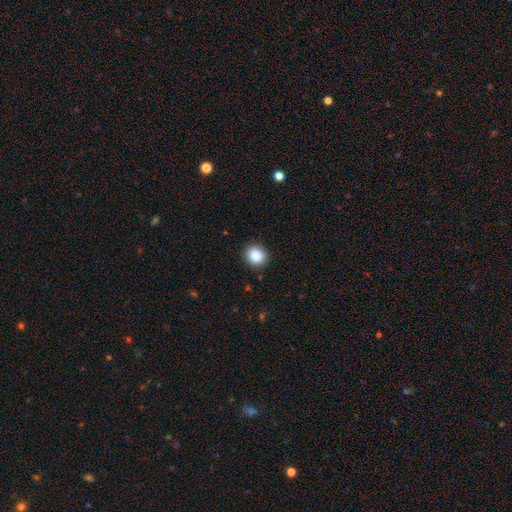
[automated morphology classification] Overall: smooth (89%). How rounded: round (82%). Merging: none (89%).